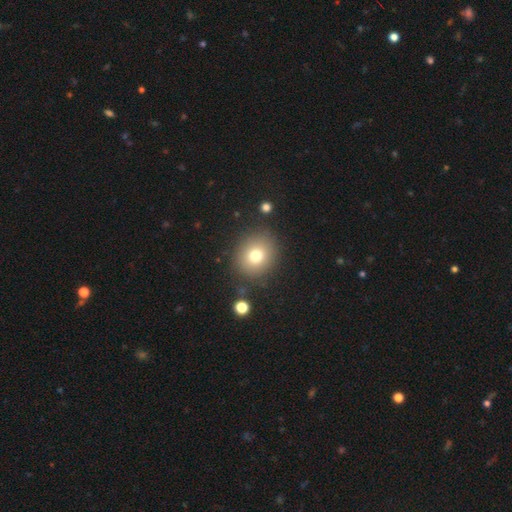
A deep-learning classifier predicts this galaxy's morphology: Smooth or featured: smooth — 76% (star or artifact — 13%)
How rounded: round — 78% (in between — 21%)
Merging: none — 85% (minor disturbance — 9%)